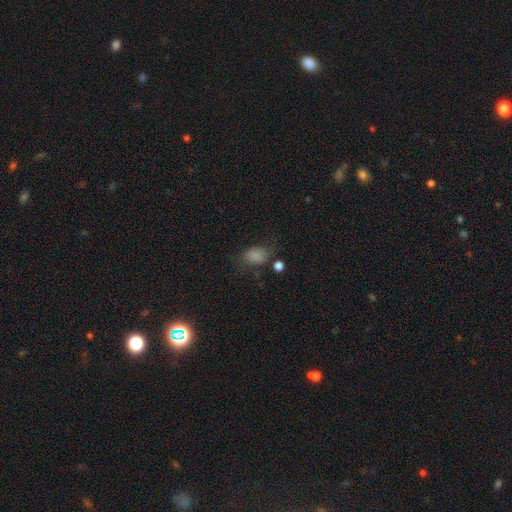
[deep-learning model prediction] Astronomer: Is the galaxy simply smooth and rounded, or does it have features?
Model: smooth — 80%.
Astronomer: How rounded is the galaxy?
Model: in between — 79%.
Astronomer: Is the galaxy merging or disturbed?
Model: none — 54%.